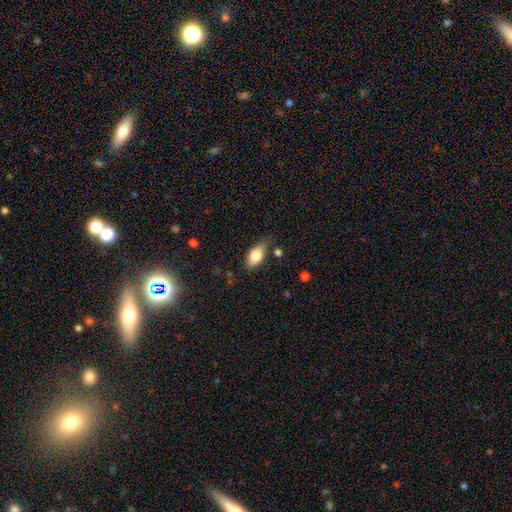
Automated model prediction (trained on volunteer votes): Smooth or featured? Predicted: smooth (p=0.80). How rounded? Predicted: in between (p=0.91). Merging? Predicted: none (p=0.67).